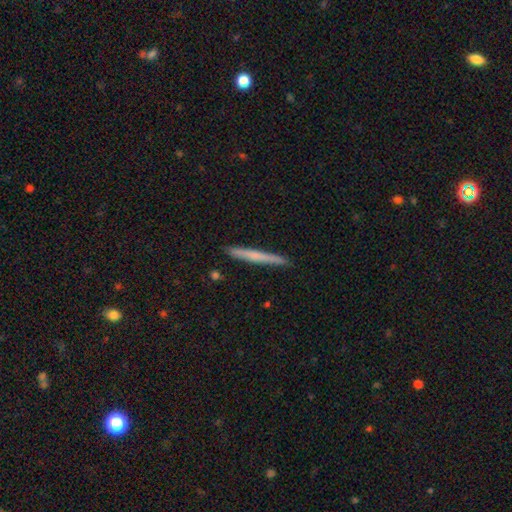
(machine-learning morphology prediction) smooth 59%, featured or disk 35%, star or artifact 6%. Down the decision tree: how rounded — cigar-shaped (97%); merging — none (91%).